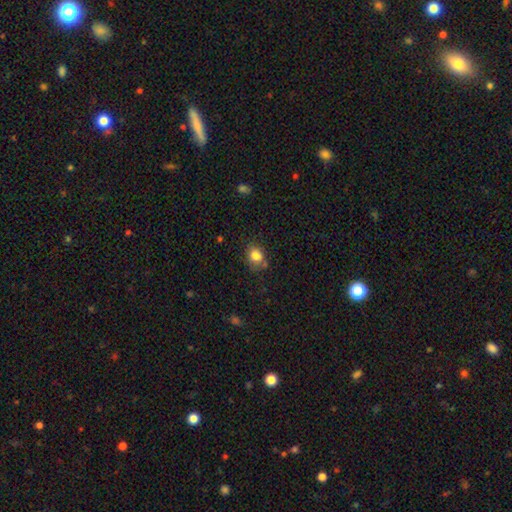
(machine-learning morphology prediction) smooth 81%, star or artifact 10%, featured or disk 8%. Down the decision tree: how rounded — in between (50%); merging — none (62%).